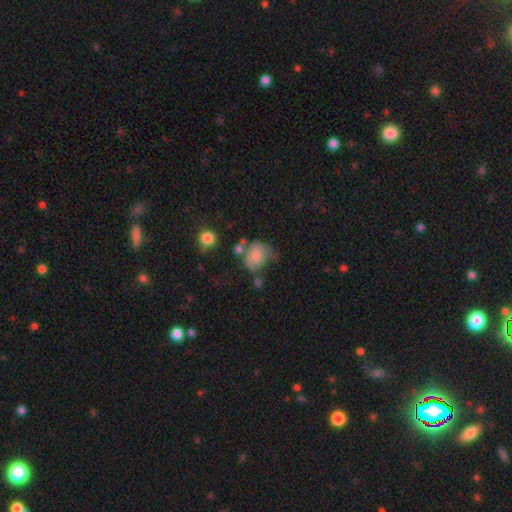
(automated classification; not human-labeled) This appears to be a smooth galaxy with no disk features (73%) that is round (50%). Merging: none (36%).